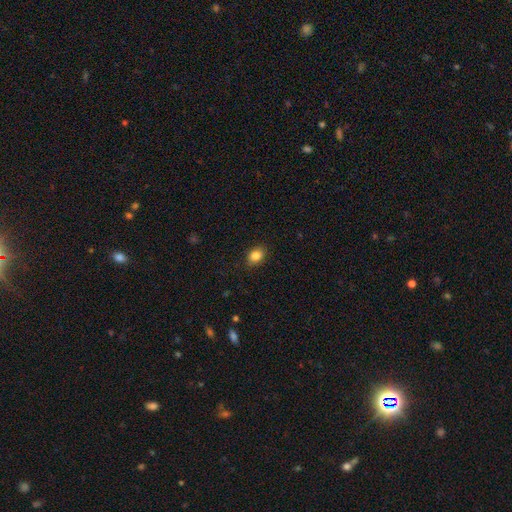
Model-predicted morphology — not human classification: type=smooth (85%); roundness=in between (60%); merging=none (86%).